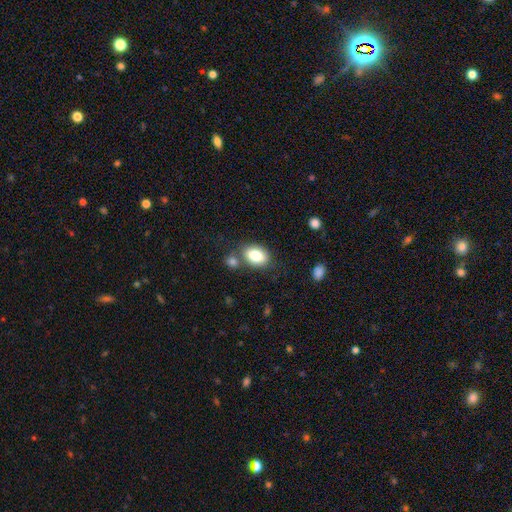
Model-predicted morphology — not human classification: Overall: smooth (82%). How rounded: in between (85%). Merging: none (67%).